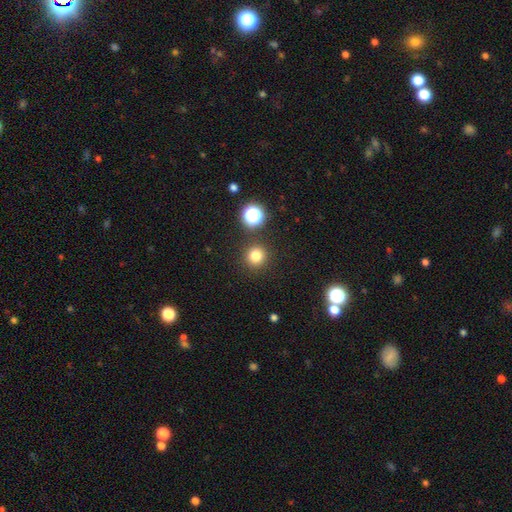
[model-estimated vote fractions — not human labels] Smooth or featured? smooth (78%)
How rounded? round (95%)
Merging? none (88%)